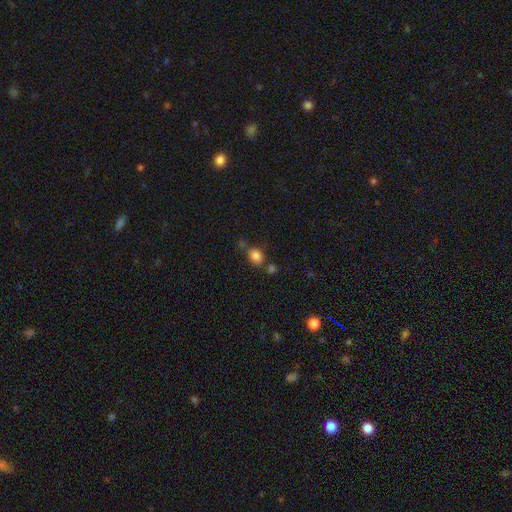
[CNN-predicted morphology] Smooth or featured: smooth — 83% (star or artifact — 11%)
How rounded: in between — 56% (round — 43%)
Merging: none — 63% (merger — 16%)